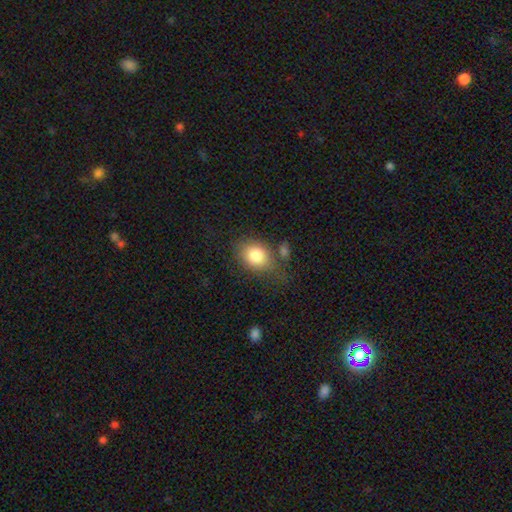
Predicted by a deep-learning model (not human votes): Smooth or featured?
  - smooth: 82% *
  - featured or disk: 10%
  - star or artifact: 8%
How rounded?
  - in between: 59% *
  - round: 40%
  - cigar-shaped: 1%
Merging?
  - none: 60% *
  - minor disturbance: 21%
  - merger: 10%
  - major disturbance: 9%